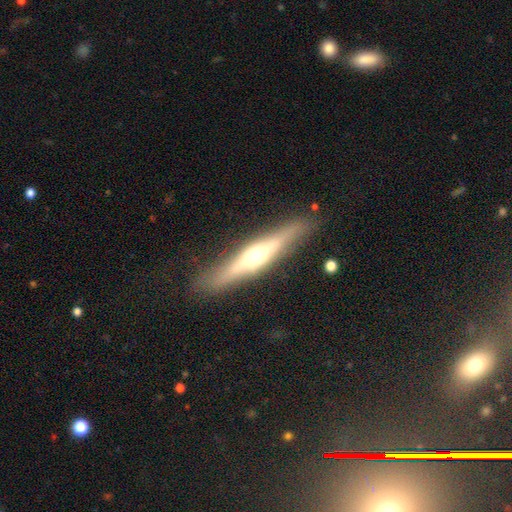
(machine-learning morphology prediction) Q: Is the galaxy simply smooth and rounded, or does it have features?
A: featured or disk — 67%.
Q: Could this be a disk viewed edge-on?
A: yes — 94%.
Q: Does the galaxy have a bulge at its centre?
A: rounded — 87%.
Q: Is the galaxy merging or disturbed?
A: none — 85%.